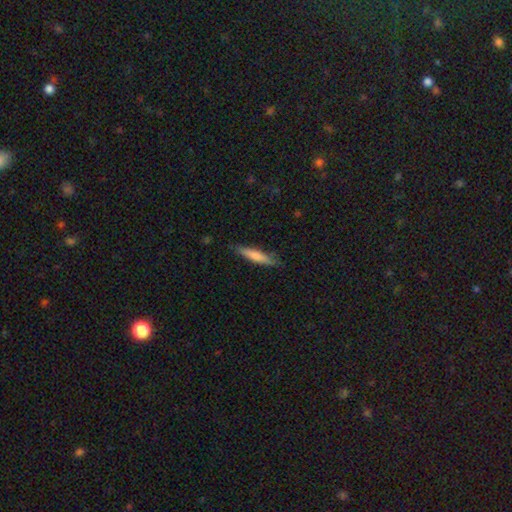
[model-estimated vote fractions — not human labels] Smooth or featured: smooth — 74% (featured or disk — 21%)
How rounded: cigar-shaped — 88% (in between — 11%)
Merging: none — 83% (minor disturbance — 13%)